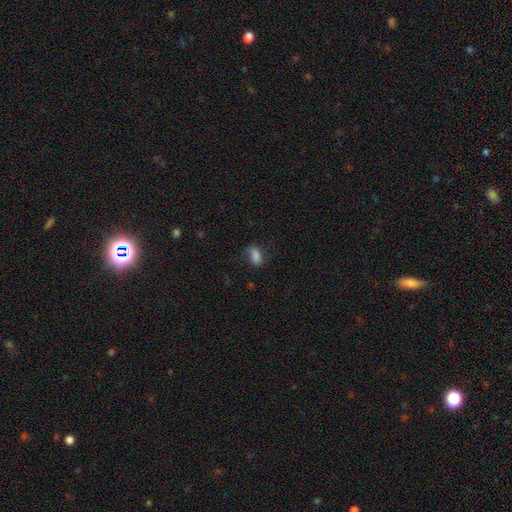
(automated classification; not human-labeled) smooth_or_featured: smooth (p=0.70) [alt: featured or disk p=0.19]
how_rounded: in between (p=0.85) [alt: cigar-shaped p=0.08]
merging: none (p=0.58) [alt: minor disturbance p=0.25]